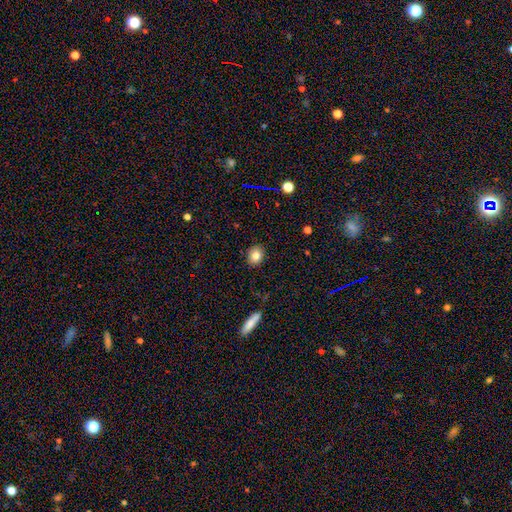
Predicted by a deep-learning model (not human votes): Q: Smooth or featured?
A: smooth (83%); runner-up: star or artifact (10%)
Q: How rounded?
A: round (59%); runner-up: in between (40%)
Q: Merging?
A: none (88%); runner-up: minor disturbance (9%)